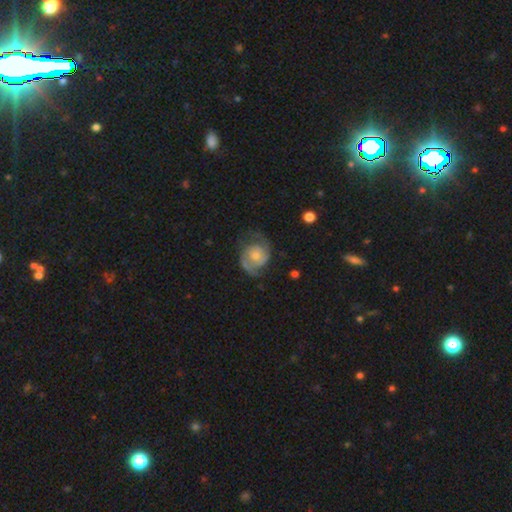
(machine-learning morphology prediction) A featured or disk galaxy (81%) with no bar (72%), 2 (86%) medium (46%) spiral arms (94%) and a small central bulge (48%). Merging: none (64%).